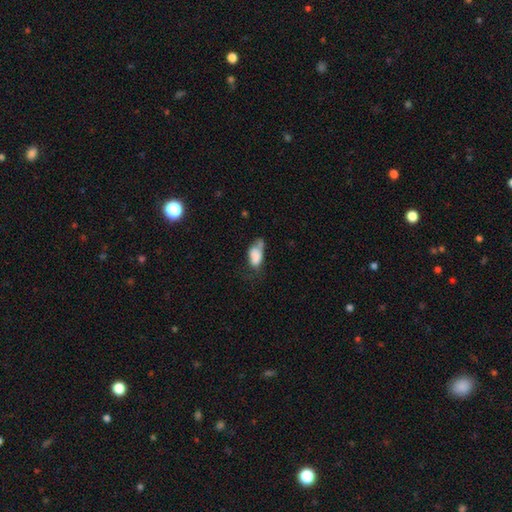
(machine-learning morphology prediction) Smooth or featured? Predicted: smooth (p=0.76). How rounded? Predicted: in between (p=0.90). Merging? Predicted: minor disturbance (p=0.31).